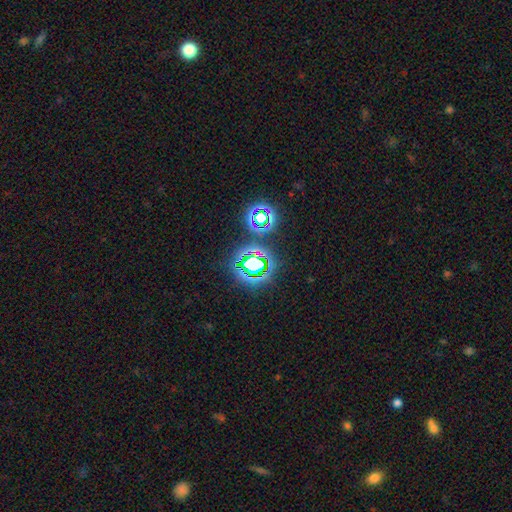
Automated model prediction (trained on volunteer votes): The model was most divided on "smooth or featured": star or artifact: 68%, smooth: 21%, featured or disk: 11%.